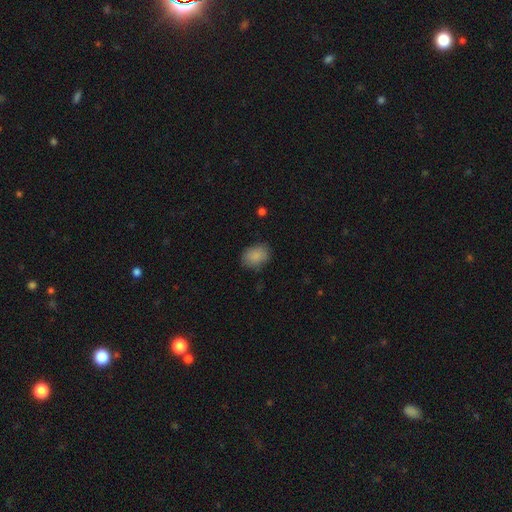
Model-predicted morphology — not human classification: Smooth or featured? Predicted: smooth (p=0.87). How rounded? Predicted: in between (p=0.67). Merging? Predicted: none (p=0.79).